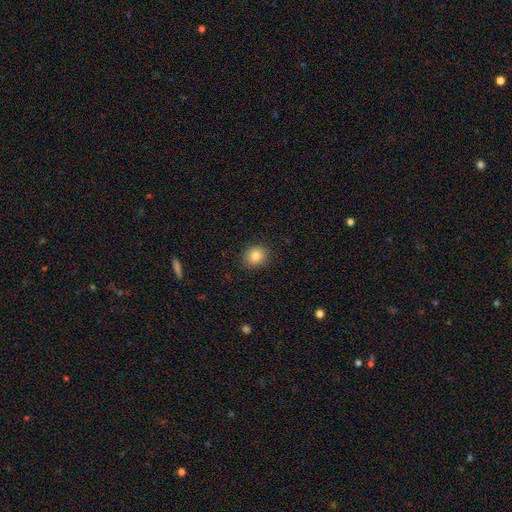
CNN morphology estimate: A smooth galaxy with no disk features (83%) that is round (80%). Merging: none (90%).